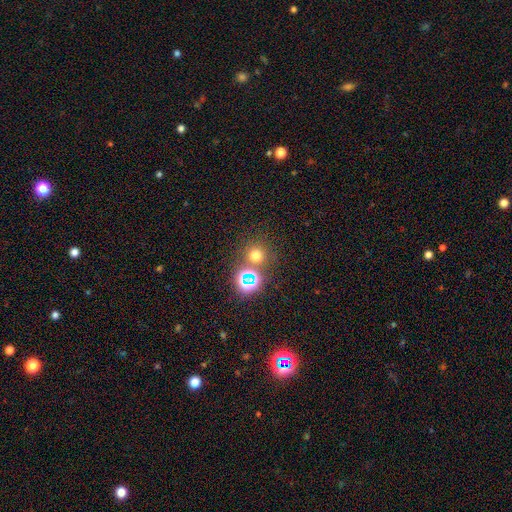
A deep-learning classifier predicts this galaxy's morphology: smooth_or_featured: smooth (p=0.64) [alt: star or artifact p=0.30]
how_rounded: round (p=0.92) [alt: in between p=0.07]
merging: none (p=0.74) [alt: merger p=0.17]